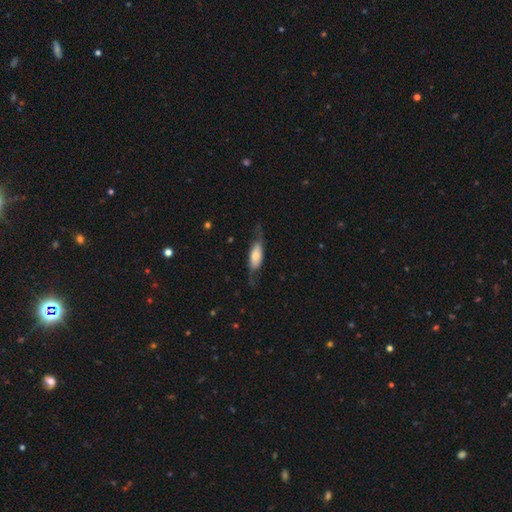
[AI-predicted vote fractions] Q: Smooth or featured?
A: smooth (49%); runner-up: featured or disk (45%)
Q: Merging?
A: none (58%); runner-up: minor disturbance (24%)